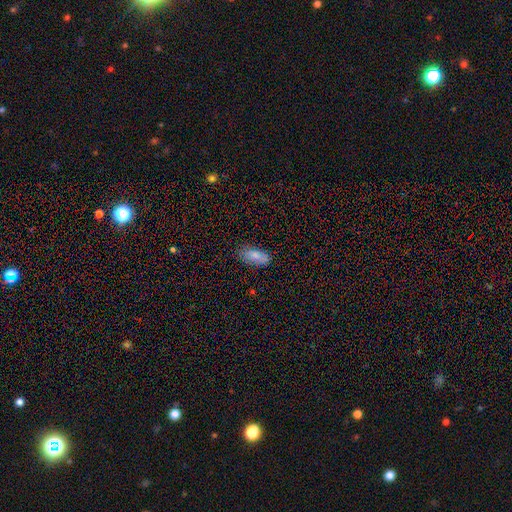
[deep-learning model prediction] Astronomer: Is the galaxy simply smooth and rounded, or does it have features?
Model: smooth — 80%.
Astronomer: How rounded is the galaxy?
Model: in between — 89%.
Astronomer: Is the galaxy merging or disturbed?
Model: none — 81%.